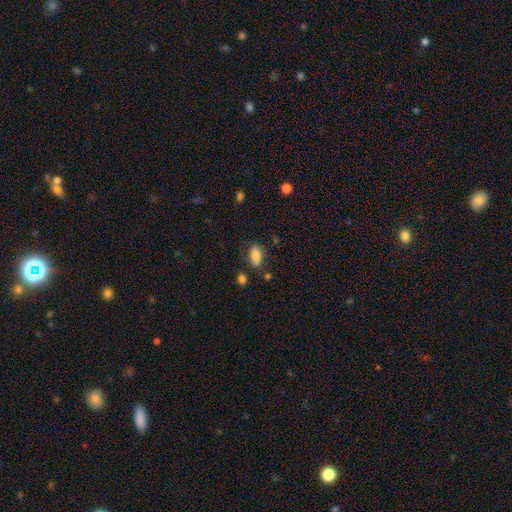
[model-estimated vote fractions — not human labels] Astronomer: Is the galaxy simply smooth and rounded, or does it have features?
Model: smooth — 81%.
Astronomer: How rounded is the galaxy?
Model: in between — 89%.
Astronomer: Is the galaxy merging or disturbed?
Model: none — 75%.